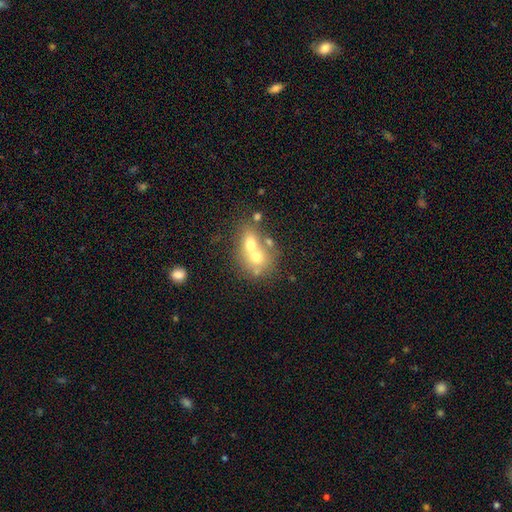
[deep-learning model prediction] Overall: smooth (56%; featured or disk 31%). How rounded: round (58%; in between 40%). Merging: merger (65%).